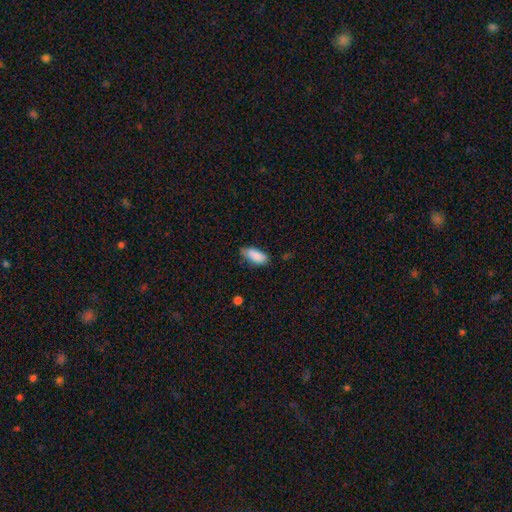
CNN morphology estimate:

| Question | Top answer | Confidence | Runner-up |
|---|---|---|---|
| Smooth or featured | smooth | 88% | star or artifact (7%) |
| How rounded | in between | 84% | cigar-shaped (14%) |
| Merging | none | 67% | minor disturbance (27%) |